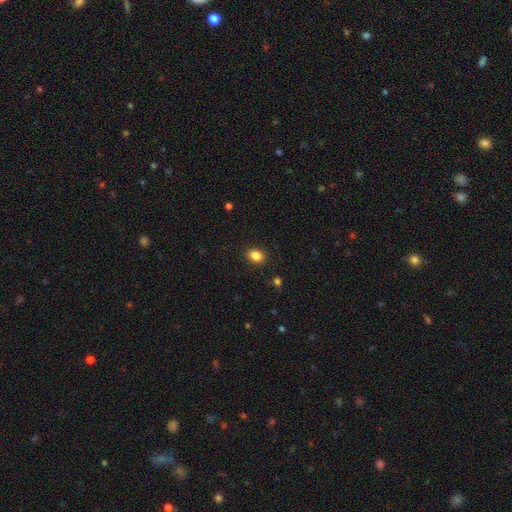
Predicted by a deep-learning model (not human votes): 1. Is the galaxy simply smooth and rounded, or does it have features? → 85% smooth, 10% star or artifact, 5% featured or disk.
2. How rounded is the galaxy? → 61% in between, 38% round, 1% cigar-shaped.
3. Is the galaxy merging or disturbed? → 89% none, 7% minor disturbance, 2% major disturbance, 1% merger.